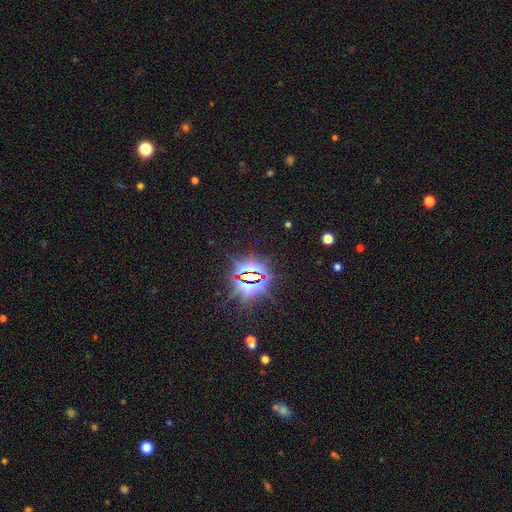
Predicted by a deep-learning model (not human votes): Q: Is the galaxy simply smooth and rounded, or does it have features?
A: star or artifact — 86%.